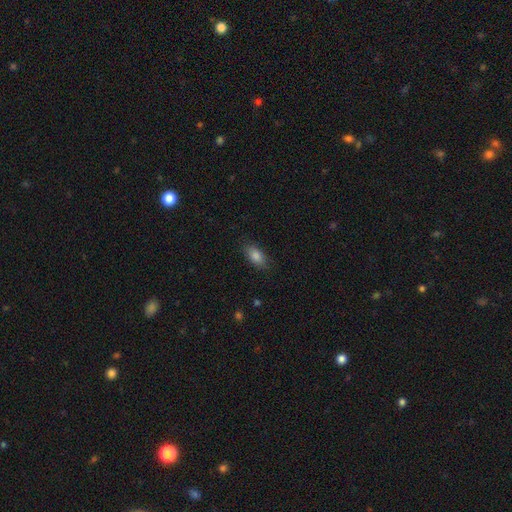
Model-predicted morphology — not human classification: Smooth or featured: smooth — 85% (star or artifact — 8%)
How rounded: in between — 90% (cigar-shaped — 5%)
Merging: none — 83% (minor disturbance — 12%)